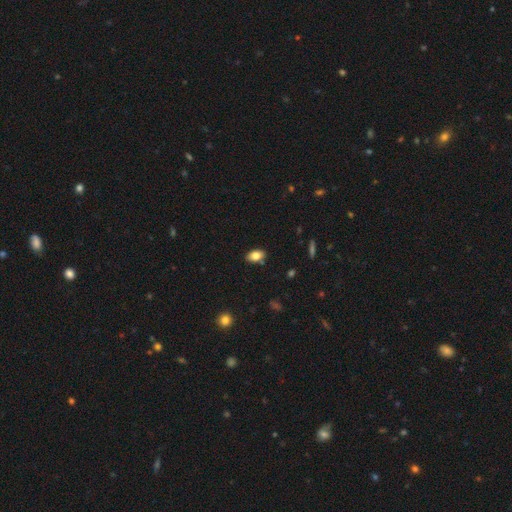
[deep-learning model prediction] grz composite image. It shows a smooth galaxy with no disk features (82%) that is in between round and cigar-shaped (89%). Merging: none (83%).